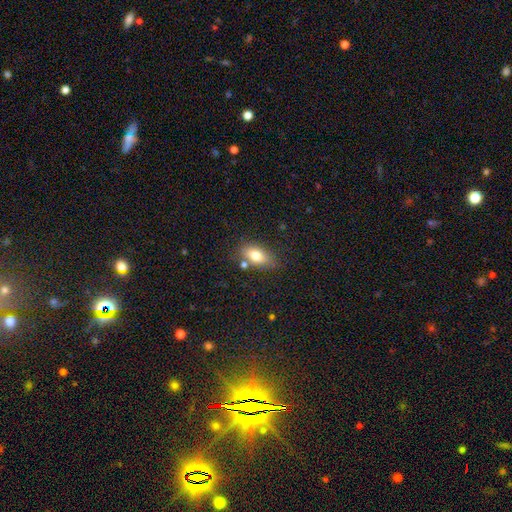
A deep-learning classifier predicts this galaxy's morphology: Smooth or featured? Predicted: smooth (p=0.76). How rounded? Predicted: in between (p=0.86). Merging? Predicted: none (p=0.72).